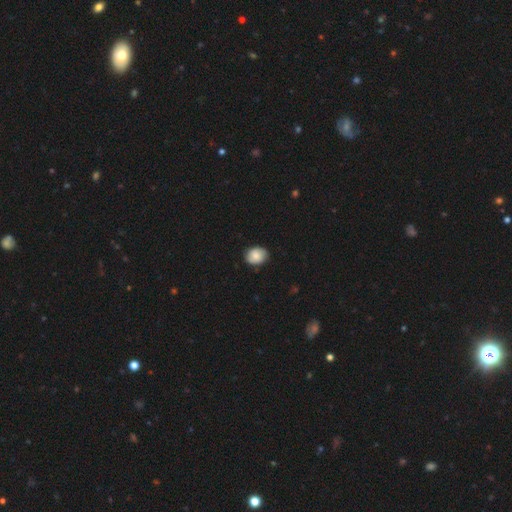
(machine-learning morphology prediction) Overall: smooth (76%). How rounded: in between (53%; round 46%). Merging: none (84%).